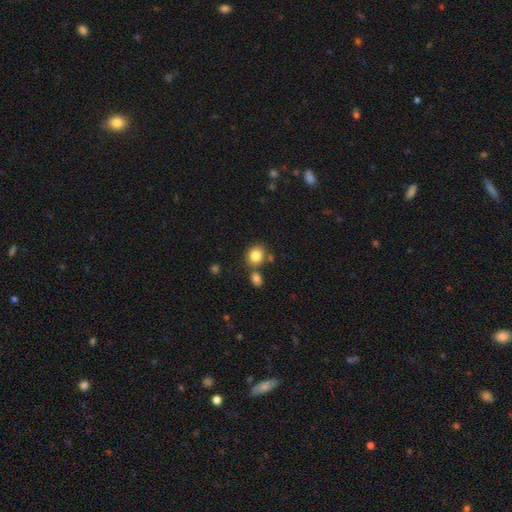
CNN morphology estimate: This appears to be a smooth galaxy with no disk features (83%) that is round (69%). Merging: none (67%).